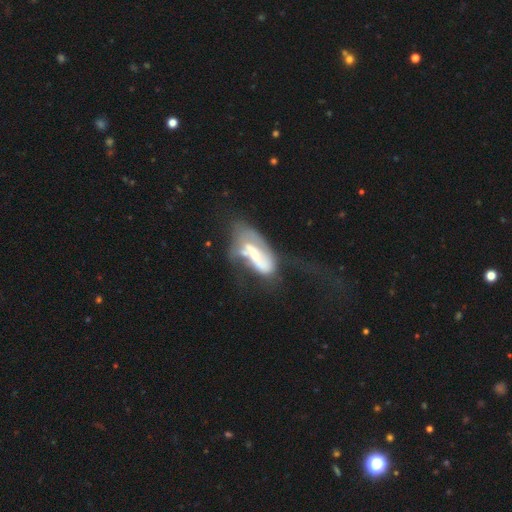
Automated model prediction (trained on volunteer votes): Q: Smooth or featured?
A: featured or disk (60%); runner-up: smooth (32%)
Q: Edge-on disk?
A: no (91%); runner-up: yes (9%)
Q: Bar?
A: no (49%); runner-up: weak (30%)
Q: Spiral arms?
A: yes (53%); runner-up: no (47%)
Q: Bulge size?
A: moderate (37%); runner-up: small (32%)
Q: Merging?
A: major disturbance (38%); runner-up: merger (27%)